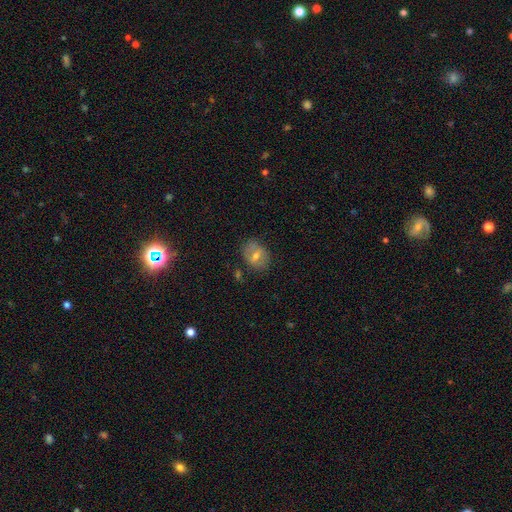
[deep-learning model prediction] Morphology: type=smooth (45%); merging=none (77%).